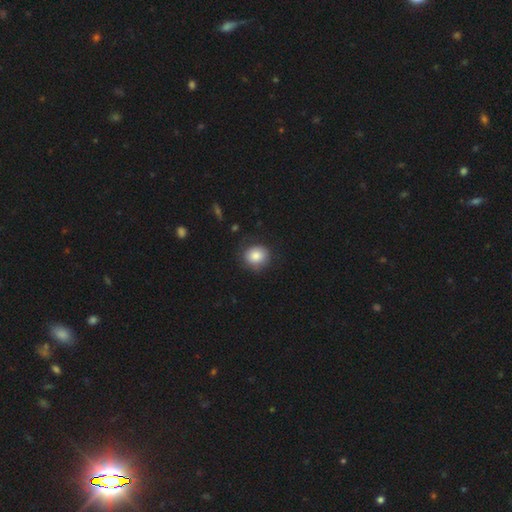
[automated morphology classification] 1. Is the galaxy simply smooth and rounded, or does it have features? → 84% smooth, 8% featured or disk, 8% star or artifact.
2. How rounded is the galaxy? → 79% round, 20% in between, 1% cigar-shaped.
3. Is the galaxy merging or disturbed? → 80% none, 14% minor disturbance, 5% major disturbance, 1% merger.